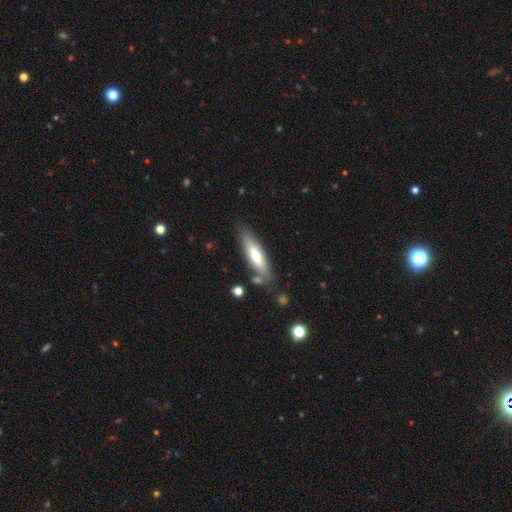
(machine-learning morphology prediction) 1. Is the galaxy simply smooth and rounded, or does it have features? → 61% smooth, 33% featured or disk, 6% star or artifact.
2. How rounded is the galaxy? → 67% cigar-shaped, 32% in between, 1% round.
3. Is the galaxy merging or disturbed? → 77% none, 14% minor disturbance, 6% merger, 3% major disturbance.